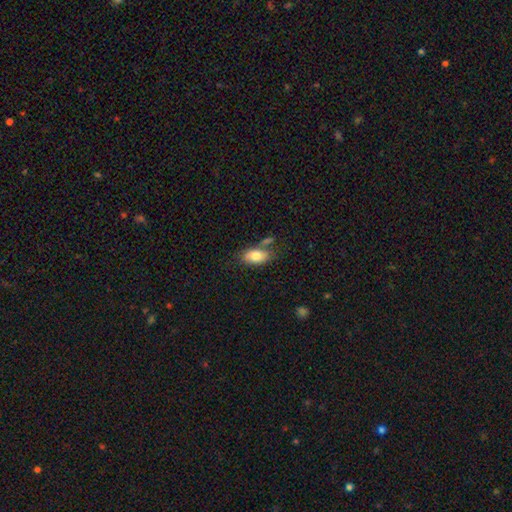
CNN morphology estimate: A smooth galaxy with no disk features (77%) that is in between round and cigar-shaped (91%).

Vote fractions:
- Smooth or featured? smooth: 77% / featured or disk: 16% / star or artifact: 7%
- How rounded? in between: 91% / round: 5% / cigar-shaped: 4%
- Merging? none: 60% / minor disturbance: 18% / merger: 16% / major disturbance: 6%